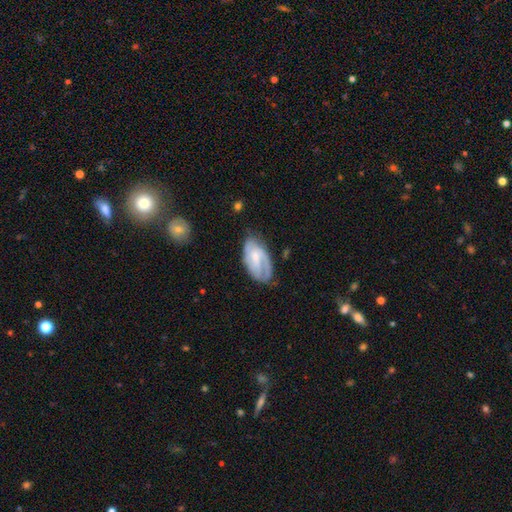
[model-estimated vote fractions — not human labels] smooth-or-featured: featured or disk: 66% | smooth: 28% | star or artifact: 6%
  disk-edge-on: no: 95% | yes: 5%
    bar: no: 46% | weak: 44% | strong: 10%
    has-spiral-arms: yes: 86% | no: 14%
      spiral-winding: tight: 43% | medium: 40% | loose: 16%
      spiral-arm-count: 2: 41% | can't tell: 28% | 1: 16% | 3: 10% | 4: 2% | more than 4: 2%
    bulge-size: small: 49% | moderate: 35% | none: 12% | large: 3% | dominant: 1%
  merging: none: 57% | minor disturbance: 28% | major disturbance: 13% | merger: 2%